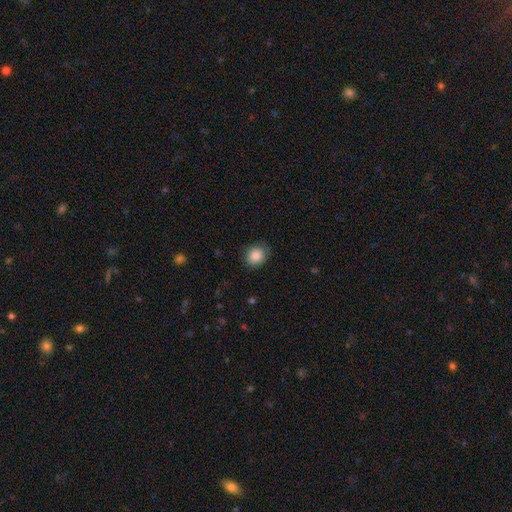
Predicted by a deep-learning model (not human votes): smooth-or-featured: smooth: 86% | star or artifact: 9% | featured or disk: 5%
  how-rounded: round: 74% | in between: 25% | cigar-shaped: 1%
  merging: none: 81% | minor disturbance: 15% | major disturbance: 3% | merger: 1%